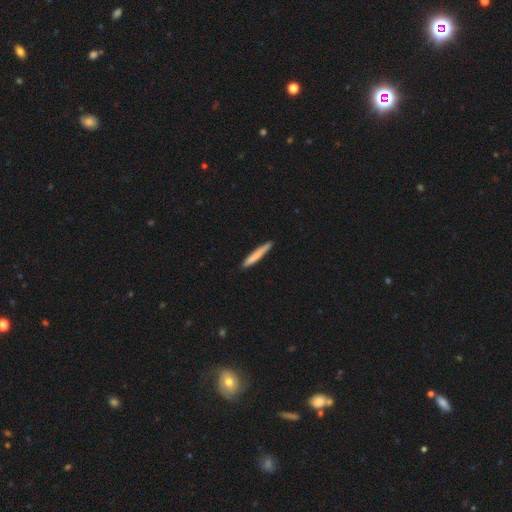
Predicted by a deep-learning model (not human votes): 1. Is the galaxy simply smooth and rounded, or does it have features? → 77% smooth, 18% featured or disk, 5% star or artifact.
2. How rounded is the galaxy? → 96% cigar-shaped, 3% in between, 1% round.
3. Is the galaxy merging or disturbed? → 90% none, 7% minor disturbance, 1% major disturbance, 1% merger.